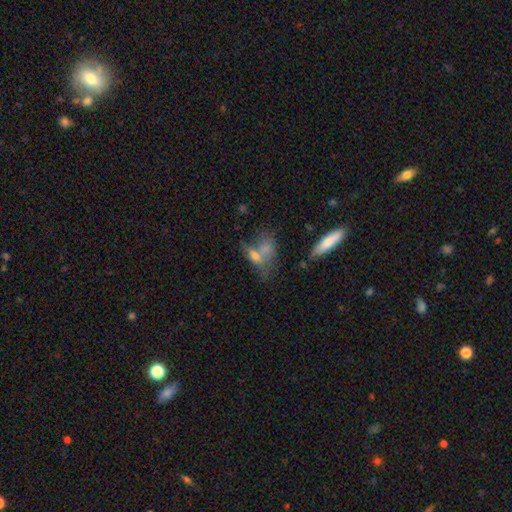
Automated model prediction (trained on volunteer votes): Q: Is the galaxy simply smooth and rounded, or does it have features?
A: smooth — 62%.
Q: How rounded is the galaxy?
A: in between — 71%.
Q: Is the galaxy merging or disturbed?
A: merger — 44%.